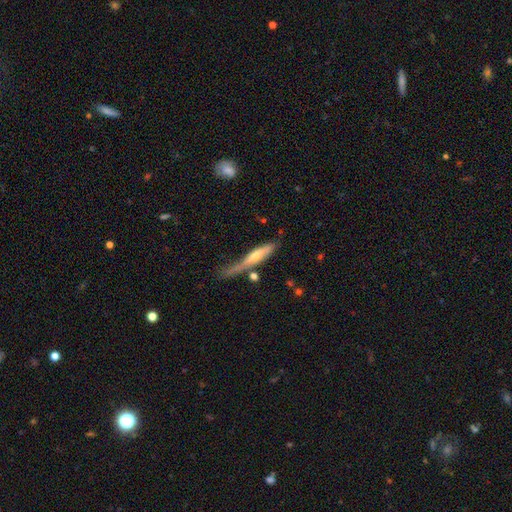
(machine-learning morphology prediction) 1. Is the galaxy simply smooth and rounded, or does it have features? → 52% featured or disk, 42% smooth, 7% star or artifact.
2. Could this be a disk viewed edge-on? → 84% yes, 16% no.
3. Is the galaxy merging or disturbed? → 44% none, 28% minor disturbance, 17% major disturbance, 11% merger.